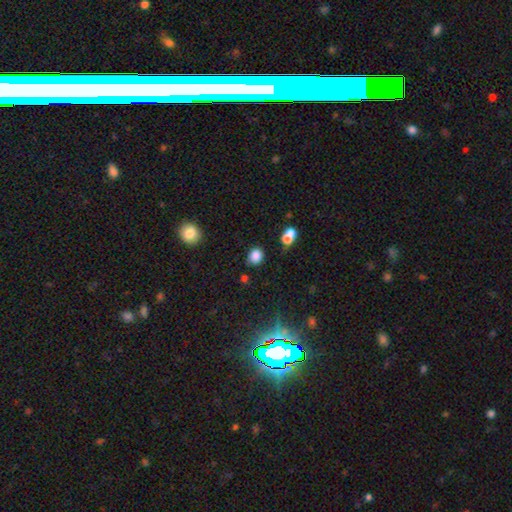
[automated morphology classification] Smooth or featured? smooth (82%)
How rounded? round (56%)
Merging? none (74%)